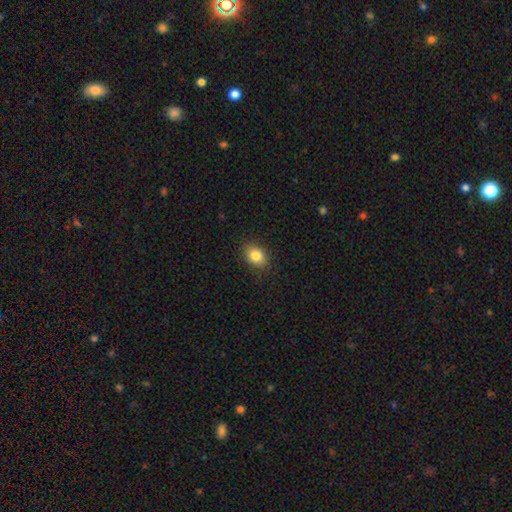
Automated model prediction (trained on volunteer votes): smooth_or_featured: smooth (p=0.83) [alt: star or artifact p=0.09]
how_rounded: in between (p=0.70) [alt: round p=0.29]
merging: none (p=0.87) [alt: minor disturbance p=0.10]